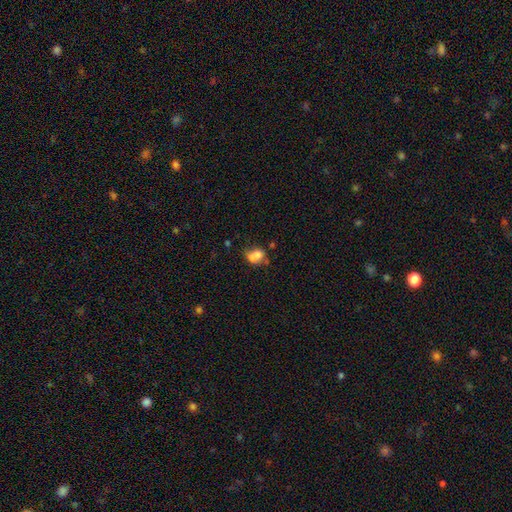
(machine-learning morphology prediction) Smooth or featured?
  - smooth: 67% *
  - featured or disk: 21%
  - star or artifact: 11%
How rounded?
  - round: 61% *
  - in between: 37%
  - cigar-shaped: 1%
Merging?
  - merger: 58% *
  - none: 27%
  - minor disturbance: 9%
  - major disturbance: 5%